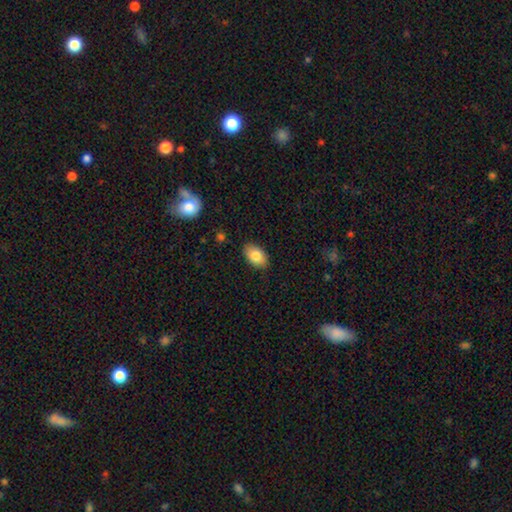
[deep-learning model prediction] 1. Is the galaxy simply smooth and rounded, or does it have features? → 83% smooth, 10% featured or disk, 7% star or artifact.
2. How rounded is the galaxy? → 92% in between, 7% round, 1% cigar-shaped.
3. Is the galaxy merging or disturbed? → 87% none, 10% minor disturbance, 2% major disturbance, 1% merger.